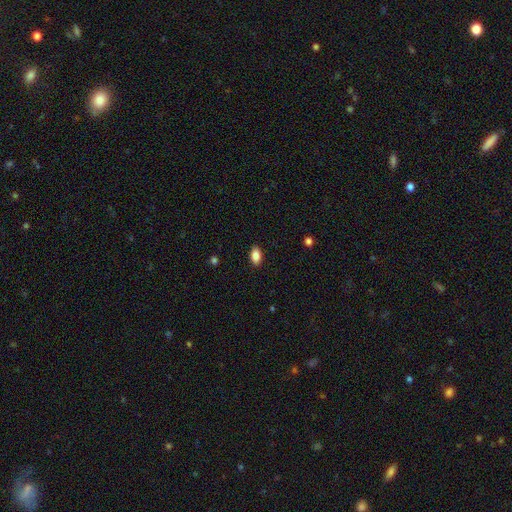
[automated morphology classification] smooth_or_featured: smooth (p=0.87) [alt: star or artifact p=0.08]
how_rounded: in between (p=0.91) [alt: round p=0.06]
merging: none (p=0.89) [alt: minor disturbance p=0.08]